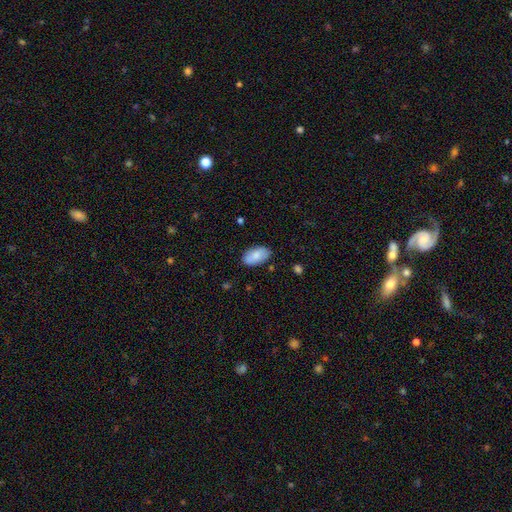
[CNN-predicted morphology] smooth_or_featured: smooth (p=0.81) [alt: featured or disk p=0.13]
how_rounded: in between (p=0.95) [alt: round p=0.03]
merging: none (p=0.83) [alt: minor disturbance p=0.13]